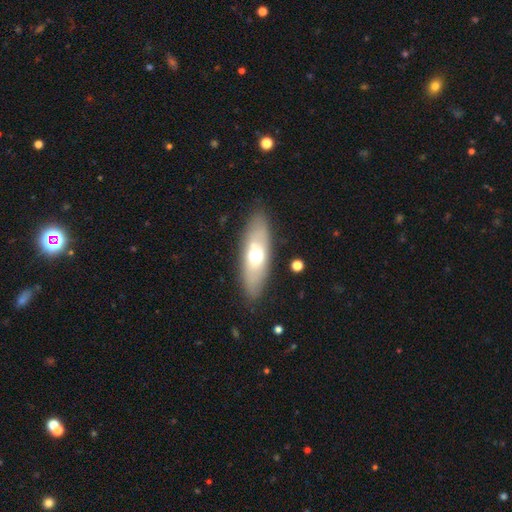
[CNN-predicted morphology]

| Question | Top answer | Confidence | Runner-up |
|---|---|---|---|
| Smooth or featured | smooth | 56% | featured or disk (37%) |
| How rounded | in between | 63% | cigar-shaped (34%) |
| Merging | none | 83% | minor disturbance (10%) |